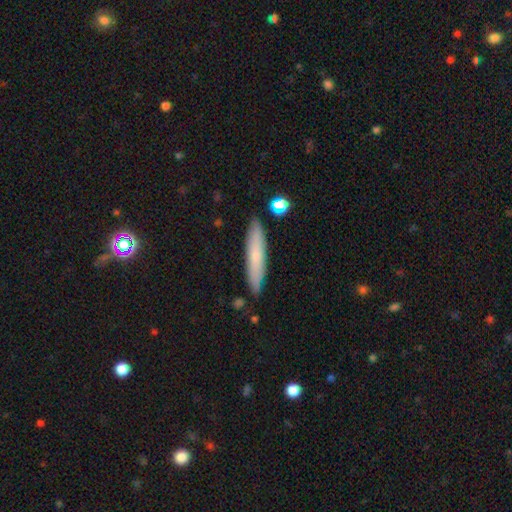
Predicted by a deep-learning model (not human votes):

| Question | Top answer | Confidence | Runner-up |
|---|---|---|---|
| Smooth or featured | smooth | 67% | featured or disk (26%) |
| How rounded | cigar-shaped | 90% | in between (9%) |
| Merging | none | 87% | minor disturbance (9%) |